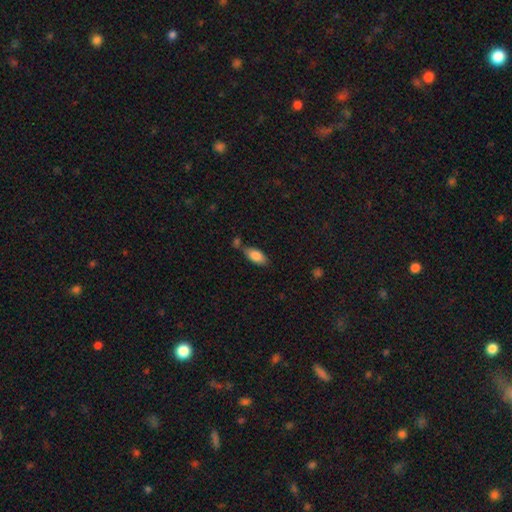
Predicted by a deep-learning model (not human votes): Smooth or featured: smooth — 83% (featured or disk — 11%)
How rounded: in between — 88% (cigar-shaped — 10%)
Merging: none — 60% (minor disturbance — 18%)